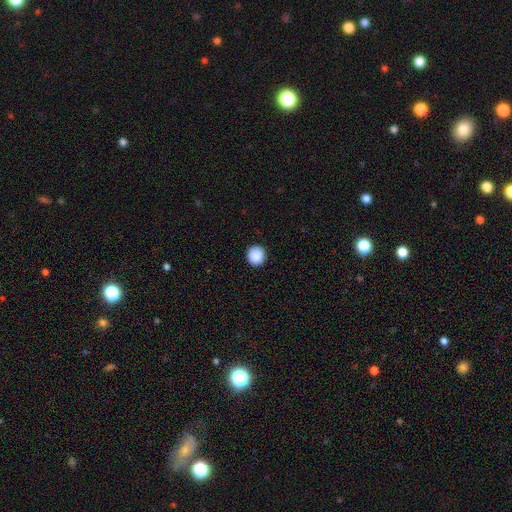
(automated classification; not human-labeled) Morphology: type=smooth (90%); roundness=round (92%); merging=none (92%).